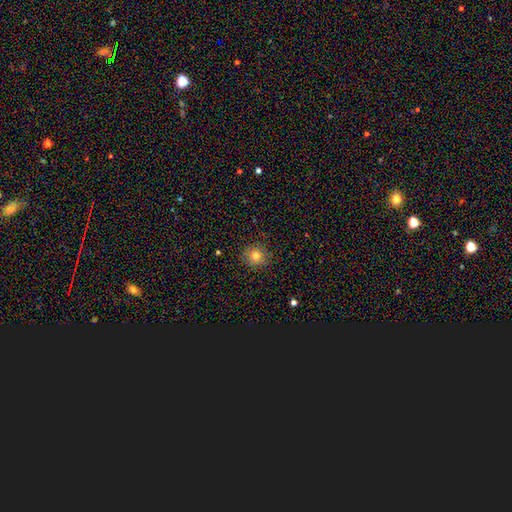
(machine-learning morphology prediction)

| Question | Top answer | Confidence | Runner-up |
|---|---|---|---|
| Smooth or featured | smooth | 79% | star or artifact (13%) |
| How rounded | round | 90% | in between (9%) |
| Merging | none | 89% | minor disturbance (7%) |